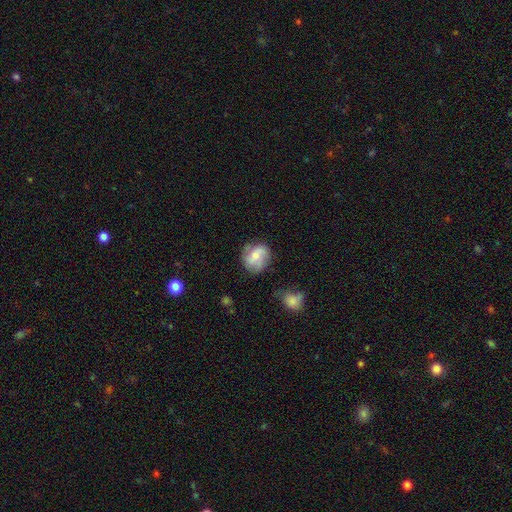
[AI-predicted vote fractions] Smooth or featured?
  - smooth: 48% *
  - featured or disk: 44%
  - star or artifact: 8%
Merging?
  - none: 67% *
  - minor disturbance: 23%
  - major disturbance: 8%
  - merger: 3%